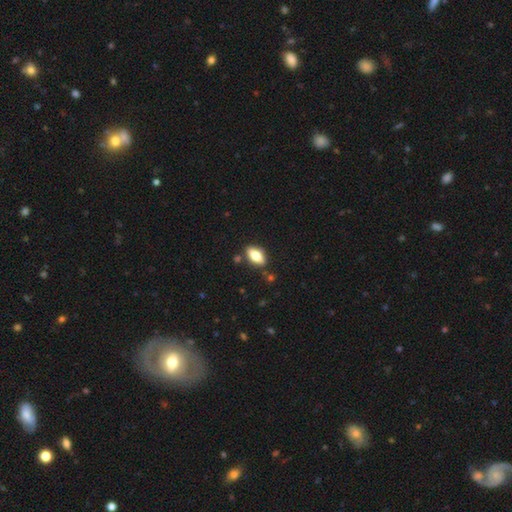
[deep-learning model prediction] A smooth galaxy with no disk features (69%) that is in between round and cigar-shaped (84%). Merging: none (82%).